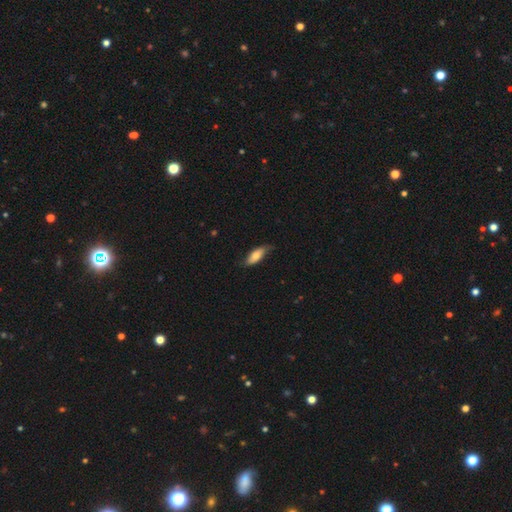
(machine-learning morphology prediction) Smooth or featured? Predicted: smooth (p=0.69). How rounded? Predicted: in between (p=0.72). Merging? Predicted: none (p=0.68).